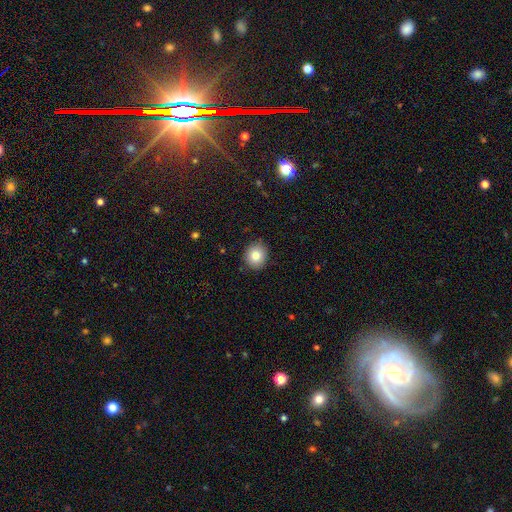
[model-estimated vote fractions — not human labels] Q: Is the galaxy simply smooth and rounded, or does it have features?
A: smooth — 81%.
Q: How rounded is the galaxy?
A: round — 81%.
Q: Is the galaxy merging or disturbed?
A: none — 89%.